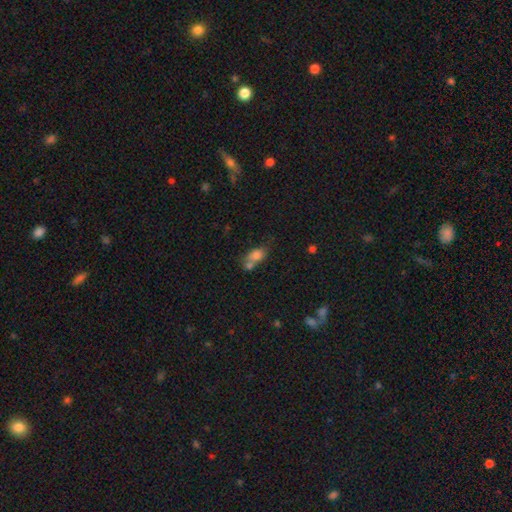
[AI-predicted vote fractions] A smooth galaxy with no disk features (75%) that is in between round and cigar-shaped (70%). Merging: merger (49%).